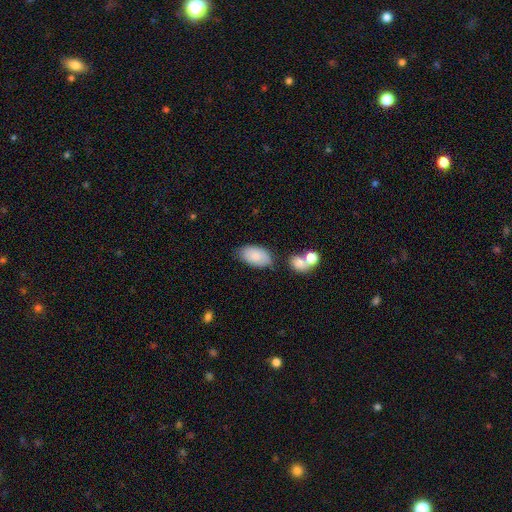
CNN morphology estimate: Overall: smooth (85%). How rounded: in between (95%). Merging: none (69%).